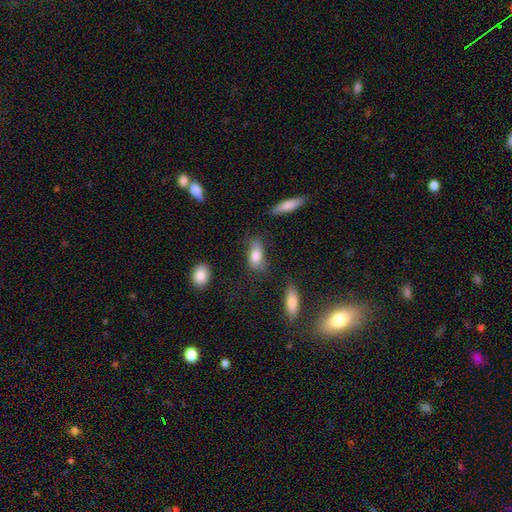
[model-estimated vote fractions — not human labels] Overall: smooth (80%). How rounded: in between (84%). Merging: none (55%; minor disturbance 28%).